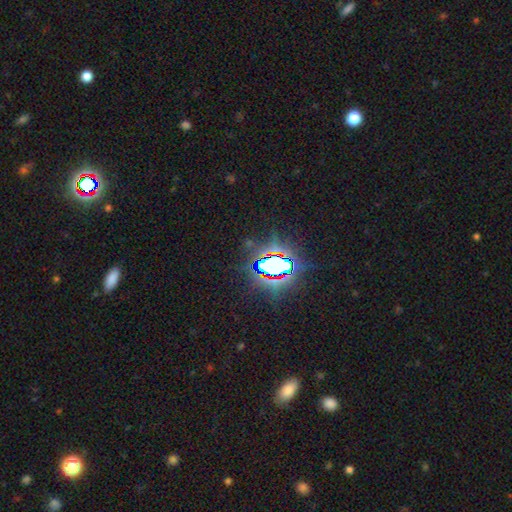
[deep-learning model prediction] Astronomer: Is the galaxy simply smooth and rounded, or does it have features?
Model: star or artifact — 82%.